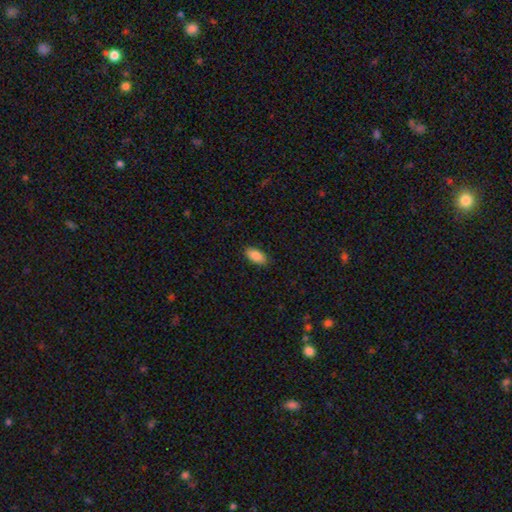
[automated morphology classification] Smooth or featured? smooth (88%)
How rounded? in between (92%)
Merging? none (89%)